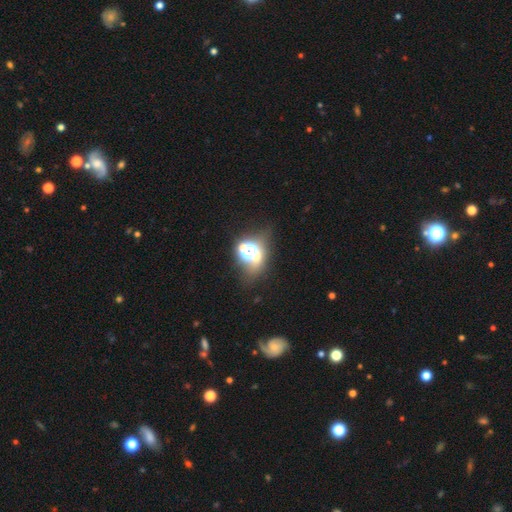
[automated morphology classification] star or artifact 46%, smooth 33%, featured or disk 21%.